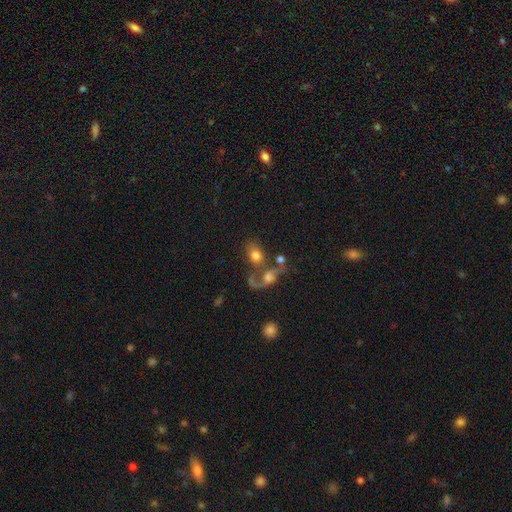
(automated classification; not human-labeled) smooth-or-featured: smooth: 61% | featured or disk: 29% | star or artifact: 10%
  how-rounded: in between: 59% | round: 38% | cigar-shaped: 2%
  merging: merger: 43% | none: 33% | major disturbance: 13% | minor disturbance: 11%